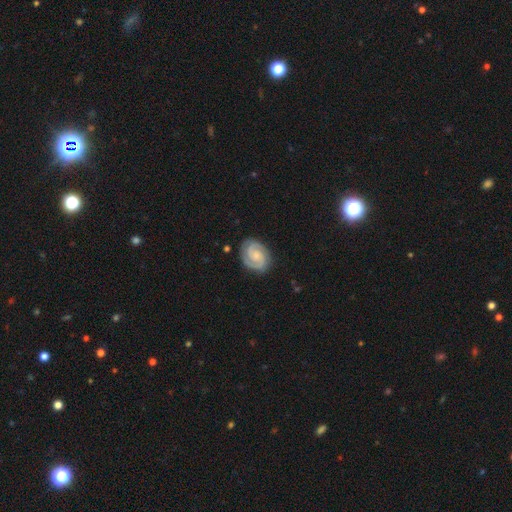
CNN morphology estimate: Q: Smooth or featured?
A: featured or disk (87%); runner-up: smooth (8%)
Q: Edge-on disk?
A: no (98%); runner-up: yes (2%)
Q: Bar?
A: no (60%); runner-up: weak (33%)
Q: Spiral arms?
A: yes (98%); runner-up: no (2%)
Q: Spiral winding?
A: tight (63%); runner-up: medium (32%)
Q: Spiral arm count?
A: 2 (88%); runner-up: 3 (4%)
Q: Bulge size?
A: small (48%); runner-up: moderate (26%)
Q: Merging?
A: none (84%); runner-up: minor disturbance (12%)